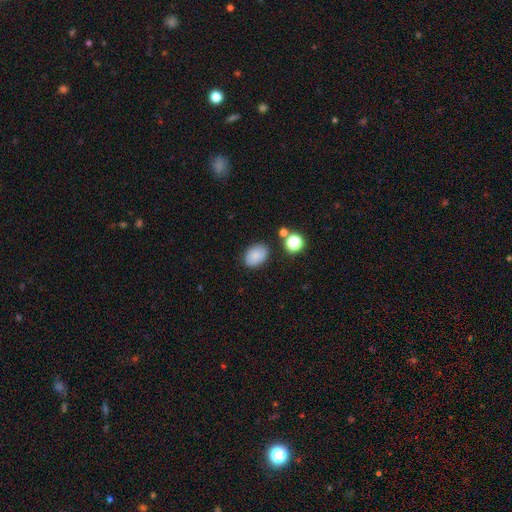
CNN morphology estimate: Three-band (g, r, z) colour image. It shows a smooth galaxy with no disk features (84%) that is in between round and cigar-shaped (80%). Merging: none (83%).